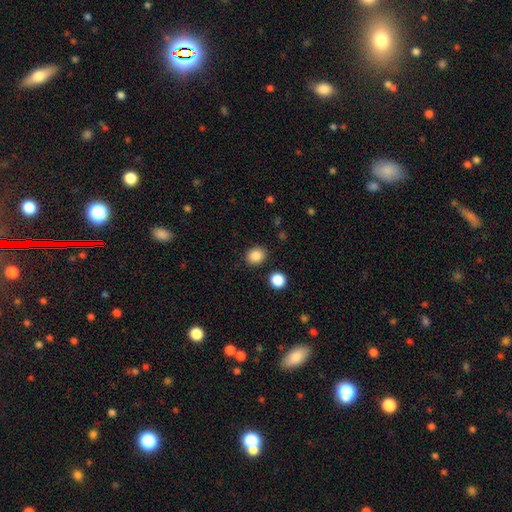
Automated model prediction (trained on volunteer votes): This appears to be a smooth galaxy with no disk features (86%) that is round (72%). Merging: none (87%).